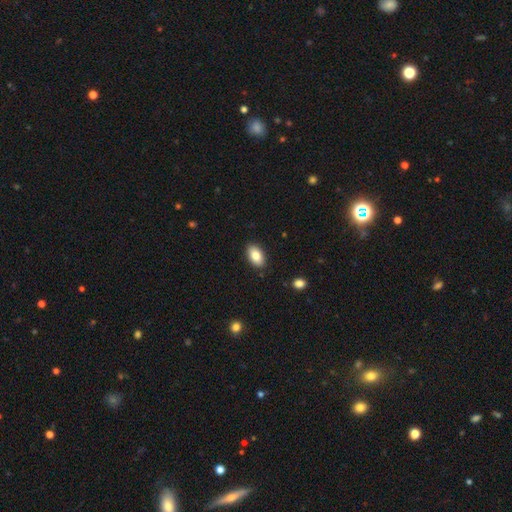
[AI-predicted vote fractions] Q: Smooth or featured?
A: smooth (83%); runner-up: featured or disk (10%)
Q: How rounded?
A: in between (92%); runner-up: round (6%)
Q: Merging?
A: none (89%); runner-up: minor disturbance (8%)